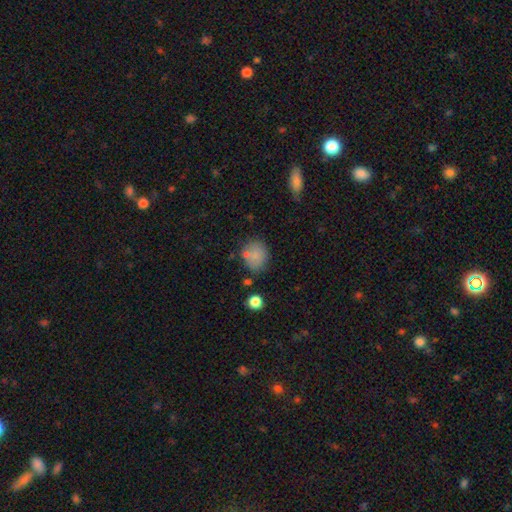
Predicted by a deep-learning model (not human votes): smooth 79%, star or artifact 11%, featured or disk 10%. Down the decision tree: how rounded — round (58%); merging — none (66%).